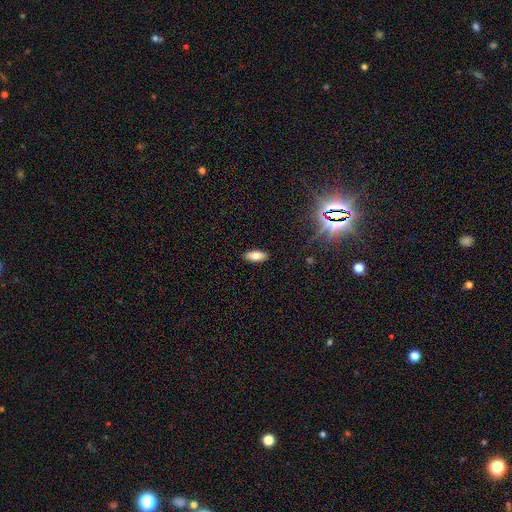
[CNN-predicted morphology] Smooth or featured: smooth — 77% (featured or disk — 14%)
How rounded: in between — 84% (cigar-shaped — 14%)
Merging: none — 90% (minor disturbance — 8%)